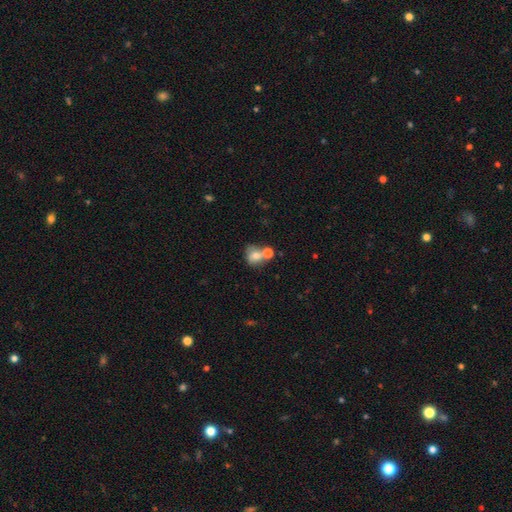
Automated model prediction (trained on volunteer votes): This appears to be a smooth galaxy with no disk features (70%) that is round (68%). Merging: merger (43%).